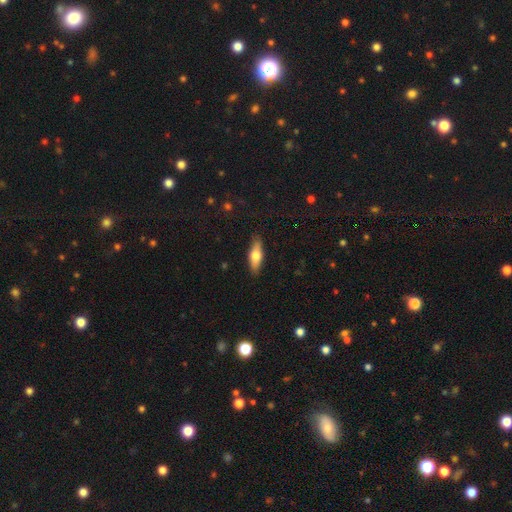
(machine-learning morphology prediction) Smooth or featured: smooth — 62% (featured or disk — 32%)
How rounded: in between — 56% (cigar-shaped — 42%)
Merging: none — 87% (minor disturbance — 10%)